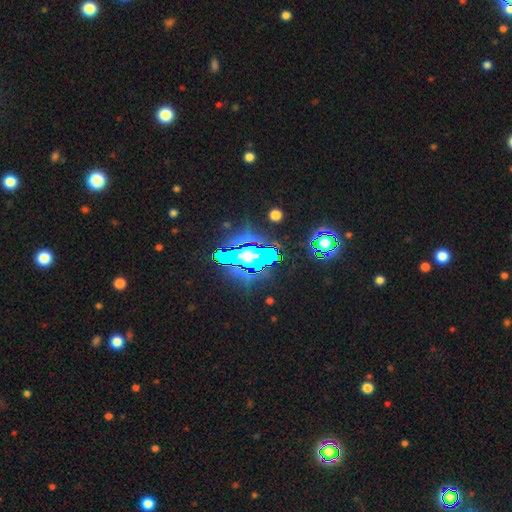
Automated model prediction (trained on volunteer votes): smooth_or_featured: star or artifact (p=0.62) [alt: featured or disk p=0.22]